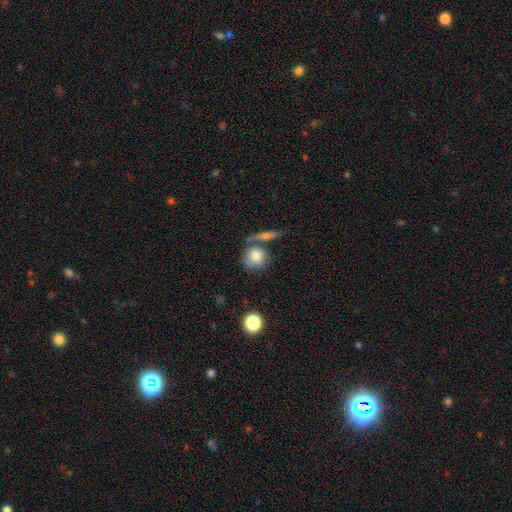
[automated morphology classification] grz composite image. It shows a smooth galaxy with no disk features (77%) that is round (80%). Merging: none (55%).